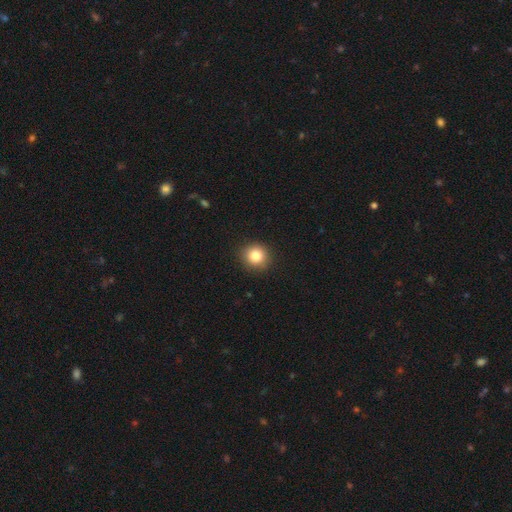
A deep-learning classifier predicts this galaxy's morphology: The model was most divided on "smooth or featured": smooth: 84%, star or artifact: 10%, featured or disk: 6%. More confident: how rounded — round (91%); merging — none (91%).